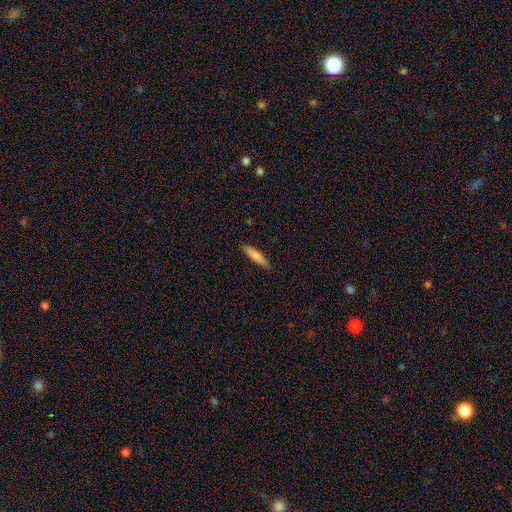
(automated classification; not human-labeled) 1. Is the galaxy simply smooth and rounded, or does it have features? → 76% smooth, 19% featured or disk, 6% star or artifact.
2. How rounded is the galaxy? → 87% cigar-shaped, 11% in between, 1% round.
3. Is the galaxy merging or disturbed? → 90% none, 7% minor disturbance, 2% major disturbance, 1% merger.